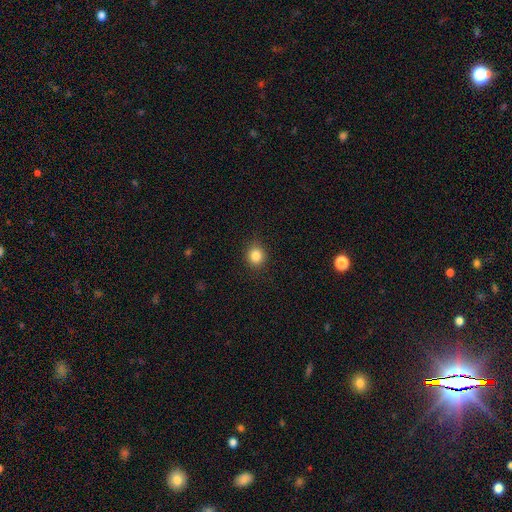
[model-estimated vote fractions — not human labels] A smooth galaxy with no disk features (85%) that is round (78%).

Vote fractions:
- Smooth or featured? smooth: 85% / star or artifact: 11% / featured or disk: 5%
- How rounded? round: 78% / in between: 21% / cigar-shaped: 1%
- Merging? none: 89% / minor disturbance: 8% / major disturbance: 2% / merger: 1%